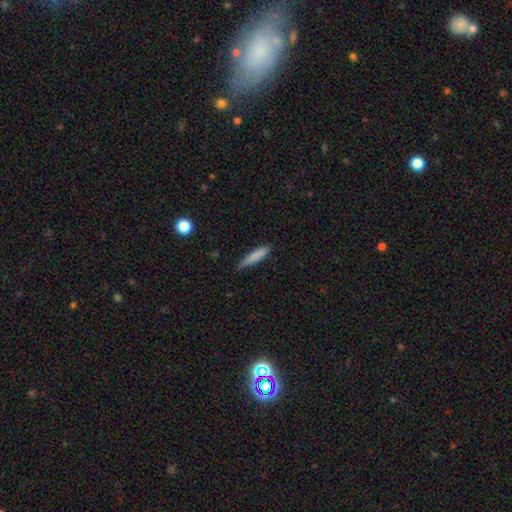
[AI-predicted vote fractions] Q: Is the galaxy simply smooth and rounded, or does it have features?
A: smooth — 83%.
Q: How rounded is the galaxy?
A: cigar-shaped — 82%.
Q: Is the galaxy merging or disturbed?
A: none — 62%.